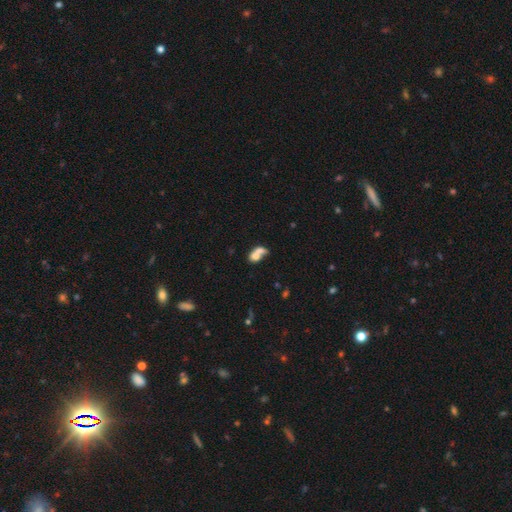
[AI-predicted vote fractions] smooth_or_featured: smooth (p=0.68) [alt: featured or disk p=0.22]
how_rounded: in between (p=0.65) [alt: round p=0.32]
merging: merger (p=0.69) [alt: none p=0.17]